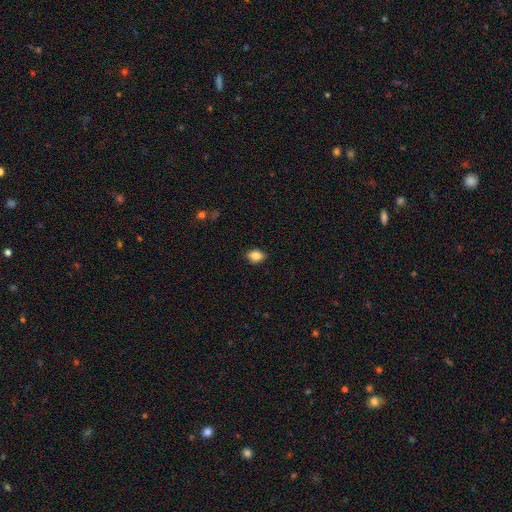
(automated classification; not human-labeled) smooth-or-featured: smooth: 83% | star or artifact: 9% | featured or disk: 8%
  how-rounded: in between: 69% | round: 29% | cigar-shaped: 2%
  merging: none: 84% | minor disturbance: 13% | major disturbance: 2% | merger: 1%